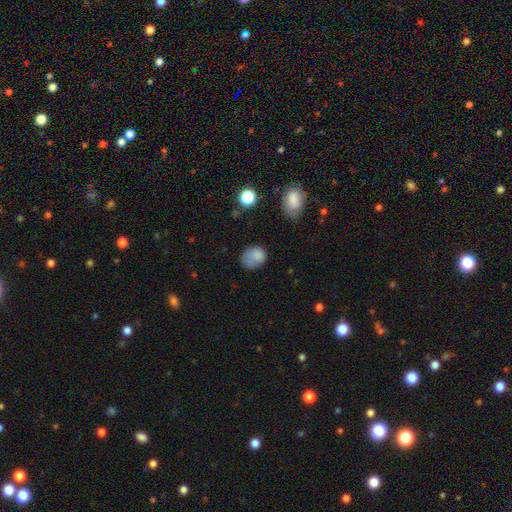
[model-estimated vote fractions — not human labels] The model was most divided on "how rounded": round: 52%, in between: 47%, cigar-shaped: 1%. Remaining: smooth or featured — smooth (80%); merging — none (47%).